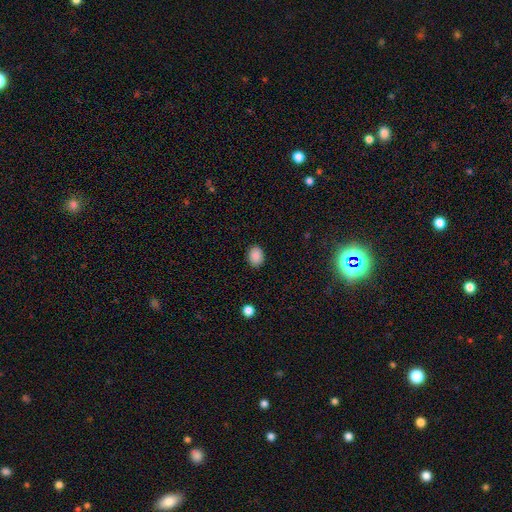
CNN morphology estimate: The model was most divided on "how rounded": in between: 60%, round: 39%, cigar-shaped: 1%. More confident: merging — none (89%); smooth or featured — smooth (88%).